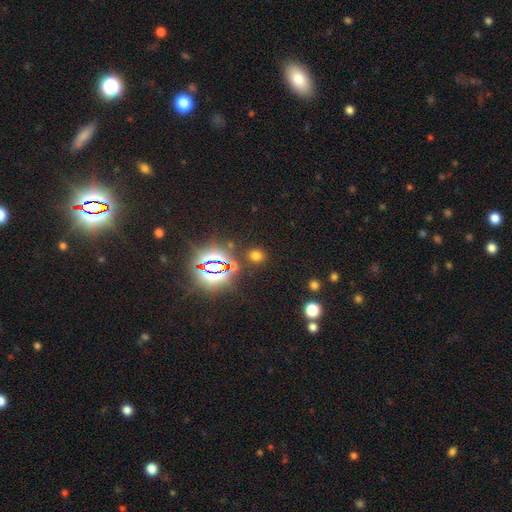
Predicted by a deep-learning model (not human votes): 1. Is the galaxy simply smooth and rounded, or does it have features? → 60% smooth, 34% star or artifact, 6% featured or disk.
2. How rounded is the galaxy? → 76% round, 23% in between, 1% cigar-shaped.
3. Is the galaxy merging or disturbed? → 86% none, 7% minor disturbance, 4% merger, 3% major disturbance.